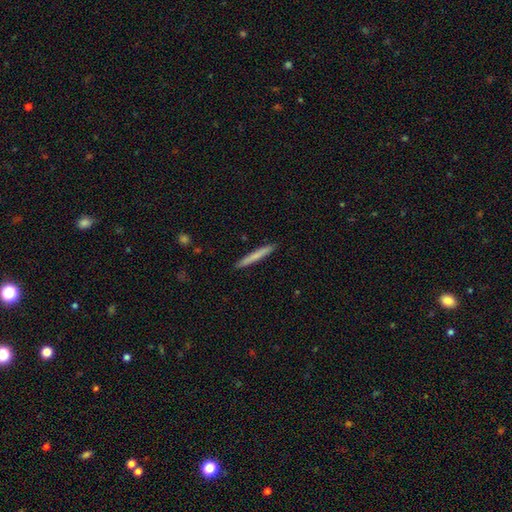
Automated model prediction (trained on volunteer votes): This appears to be a smooth galaxy with no disk features (72%) that is cigar-shaped (96%). Merging: none (92%).